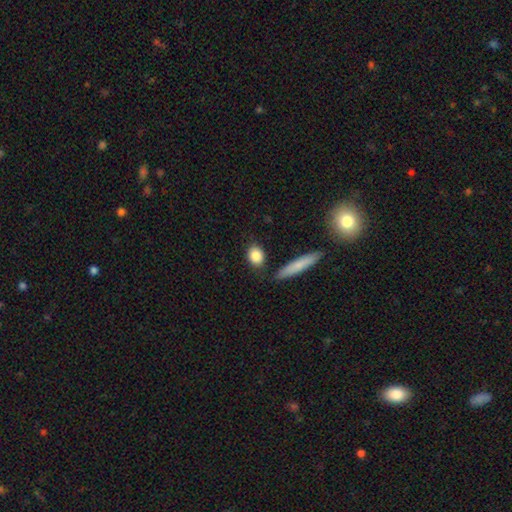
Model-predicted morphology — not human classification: Smooth or featured? Predicted: smooth (p=0.85). How rounded? Predicted: in between (p=0.53). Merging? Predicted: none (p=0.79).